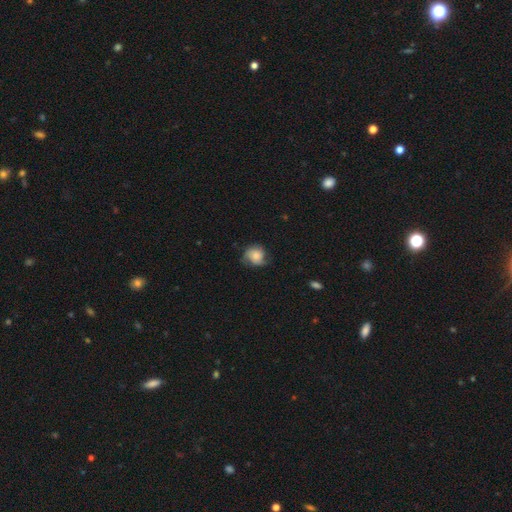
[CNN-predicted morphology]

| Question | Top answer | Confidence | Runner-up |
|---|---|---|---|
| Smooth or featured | smooth | 63% | featured or disk (29%) |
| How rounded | round | 75% | in between (24%) |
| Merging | none | 56% | minor disturbance (30%) |